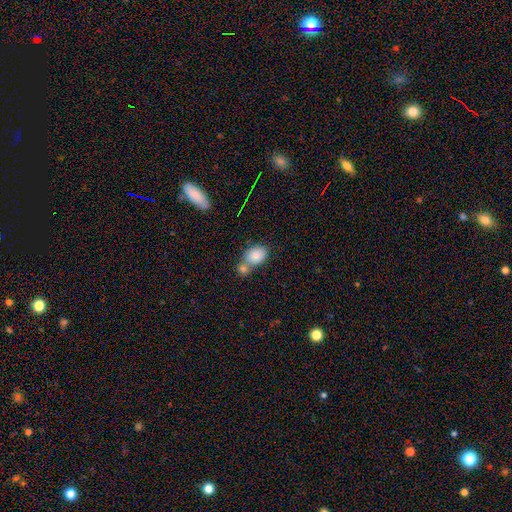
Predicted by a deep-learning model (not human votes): smooth_or_featured: smooth (p=0.82) [alt: featured or disk p=0.10]
how_rounded: in between (p=0.67) [alt: round p=0.31]
merging: merger (p=0.49) [alt: none p=0.38]